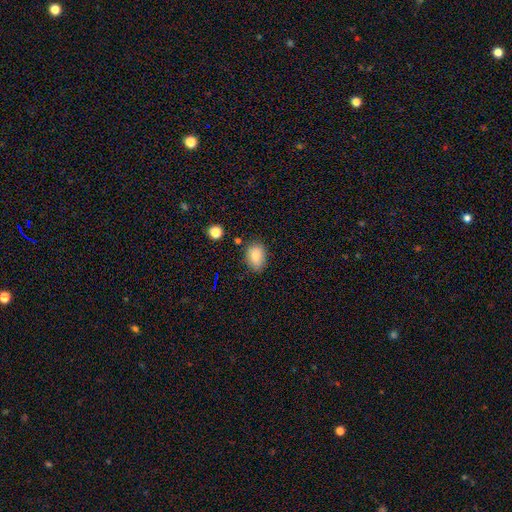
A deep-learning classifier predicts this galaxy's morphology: type=smooth (83%); roundness=in between (74%); merging=none (78%).